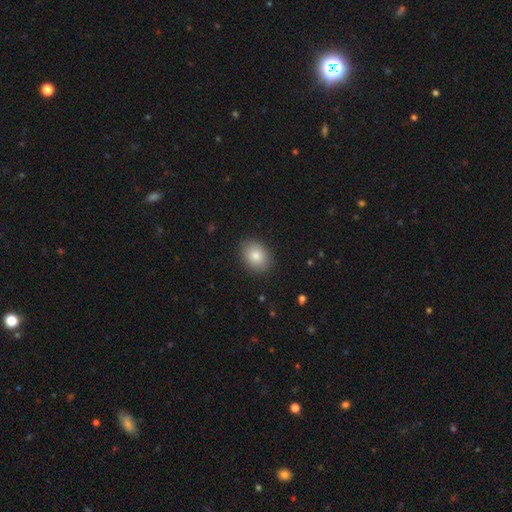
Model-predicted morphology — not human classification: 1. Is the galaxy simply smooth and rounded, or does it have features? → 83% smooth, 9% featured or disk, 8% star or artifact.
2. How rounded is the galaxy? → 58% in between, 41% round, 1% cigar-shaped.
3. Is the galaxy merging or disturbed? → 89% none, 8% minor disturbance, 2% major disturbance, 1% merger.